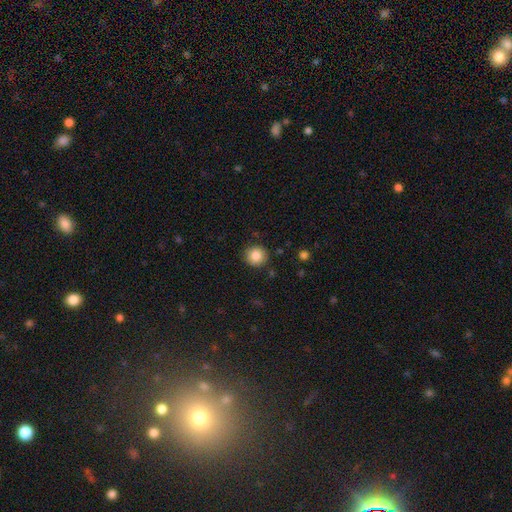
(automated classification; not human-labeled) smooth_or_featured: smooth (p=0.86) [alt: star or artifact p=0.09]
how_rounded: round (p=0.92) [alt: in between p=0.07]
merging: none (p=0.89) [alt: minor disturbance p=0.07]